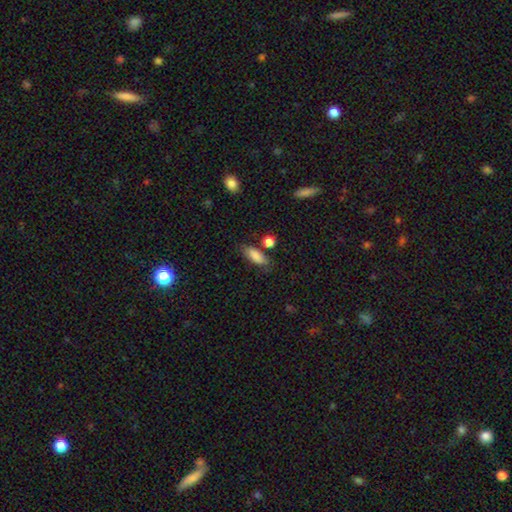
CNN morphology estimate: smooth-or-featured: smooth: 83% | featured or disk: 9% | star or artifact: 8%
  how-rounded: in between: 79% | cigar-shaped: 17% | round: 4%
  merging: none: 71% | minor disturbance: 17% | merger: 7% | major disturbance: 5%